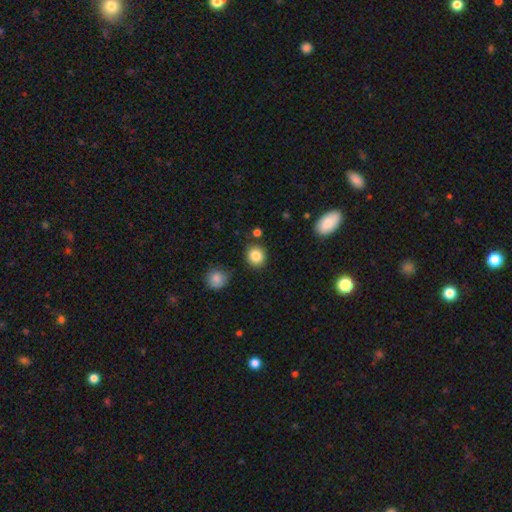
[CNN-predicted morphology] A smooth galaxy with no disk features (85%) that is round (84%).

Vote fractions:
- Smooth or featured? smooth: 85% / star or artifact: 10% / featured or disk: 5%
- How rounded? round: 84% / in between: 15% / cigar-shaped: 1%
- Merging? none: 86% / minor disturbance: 8% / merger: 4% / major disturbance: 3%